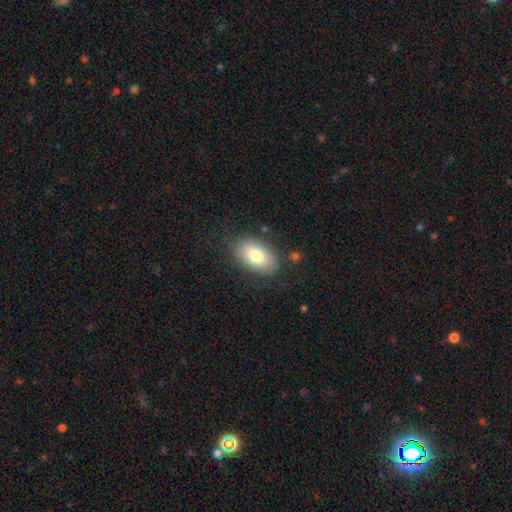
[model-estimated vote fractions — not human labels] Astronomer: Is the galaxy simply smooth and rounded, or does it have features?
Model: smooth — 78%.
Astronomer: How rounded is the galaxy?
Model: in between — 92%.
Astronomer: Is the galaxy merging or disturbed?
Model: none — 80%.